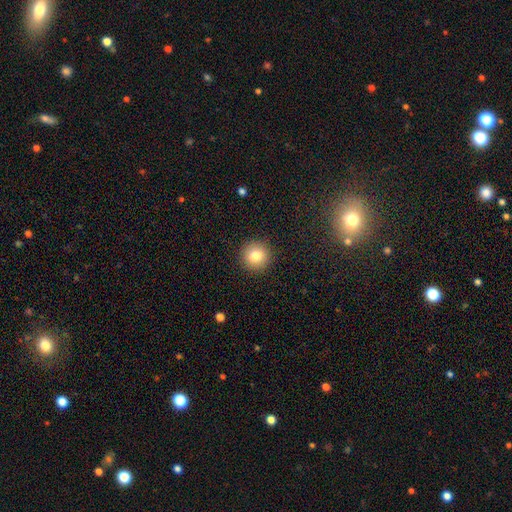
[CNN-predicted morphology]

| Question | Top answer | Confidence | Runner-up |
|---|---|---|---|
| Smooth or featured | smooth | 82% | star or artifact (10%) |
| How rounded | round | 95% | in between (4%) |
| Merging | none | 92% | minor disturbance (5%) |